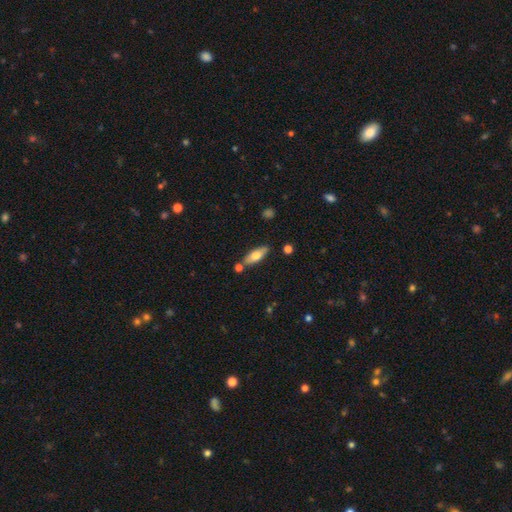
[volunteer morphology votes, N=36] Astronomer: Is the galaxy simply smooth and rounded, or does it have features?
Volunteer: smooth — 58% (runner-up: featured or disk, 42%).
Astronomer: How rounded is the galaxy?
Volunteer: in between — 57% (runner-up: cigar-shaped, 43%).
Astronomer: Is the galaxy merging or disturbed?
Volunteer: none — 81%.